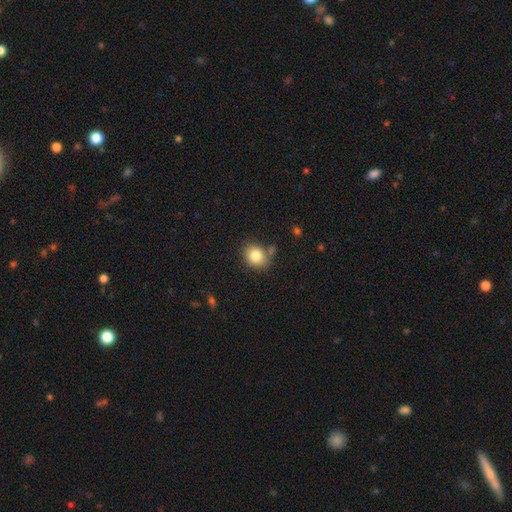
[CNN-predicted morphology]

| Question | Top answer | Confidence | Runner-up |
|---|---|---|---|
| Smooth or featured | smooth | 81% | star or artifact (10%) |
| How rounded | round | 60% | in between (39%) |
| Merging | none | 69% | minor disturbance (16%) |